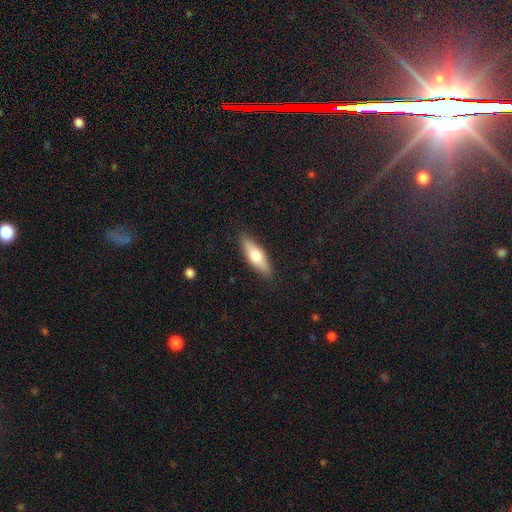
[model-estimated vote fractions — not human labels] Overall: smooth (61%; featured or disk 33%). How rounded: in between (54%; cigar-shaped 44%). Merging: none (87%).